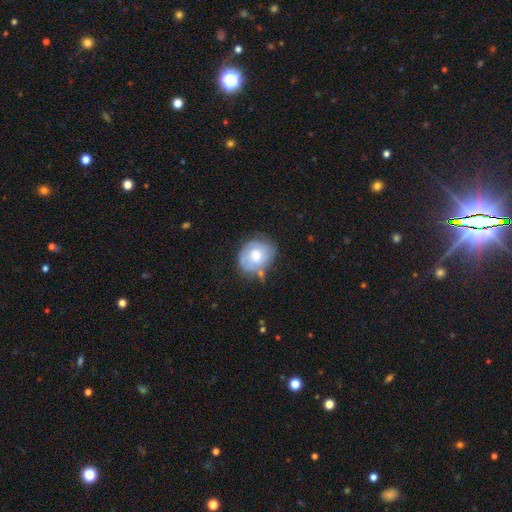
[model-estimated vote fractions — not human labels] A featured or disk galaxy (49%).

Vote fractions:
- Smooth or featured? featured or disk: 49% / smooth: 44% / star or artifact: 7%
- Merging? none: 56% / minor disturbance: 28% / major disturbance: 10% / merger: 6%